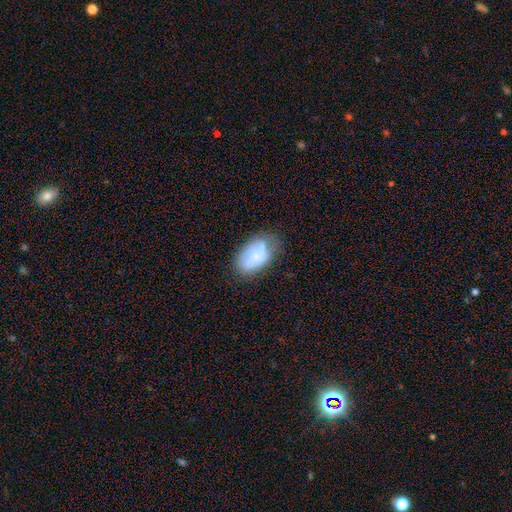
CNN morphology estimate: The model was most divided on "merging": none: 54%, minor disturbance: 30%, major disturbance: 12%, merger: 4%. More confident: how rounded — in between (90%); smooth or featured — smooth (58%).